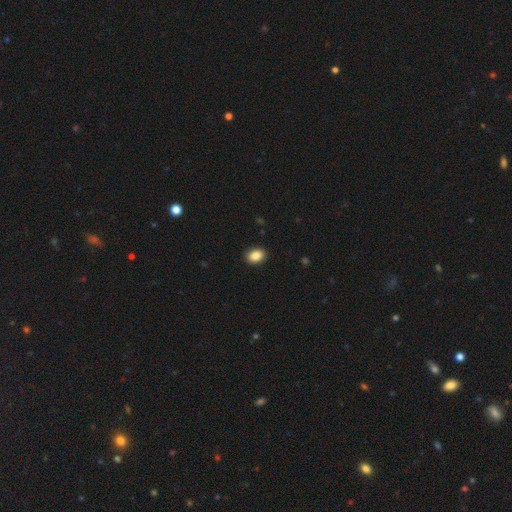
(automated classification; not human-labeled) Smooth or featured?
  - smooth: 88% *
  - star or artifact: 8%
  - featured or disk: 4%
How rounded?
  - in between: 77% *
  - round: 22%
  - cigar-shaped: 1%
Merging?
  - none: 91% *
  - minor disturbance: 7%
  - major disturbance: 2%
  - merger: 1%